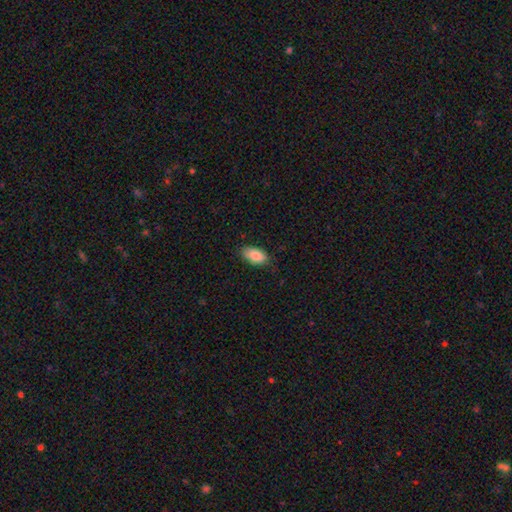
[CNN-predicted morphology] Smooth or featured? smooth (87%)
How rounded? in between (93%)
Merging? none (75%)